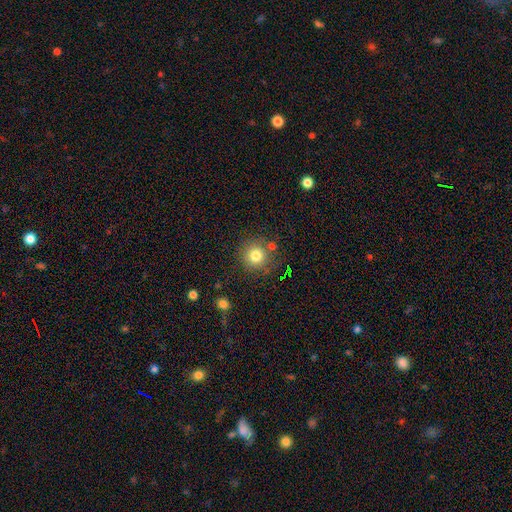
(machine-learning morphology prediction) This is likely a smooth galaxy (79%). How rounded: clearly round (93%). Merging: likely none (78%).